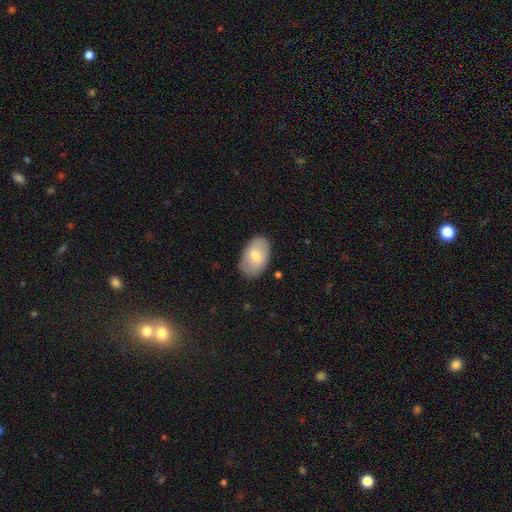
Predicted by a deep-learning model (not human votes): smooth-or-featured: smooth: 73% | featured or disk: 21% | star or artifact: 6%
  how-rounded: in between: 92% | round: 7% | cigar-shaped: 1%
  merging: none: 81% | minor disturbance: 14% | major disturbance: 3% | merger: 1%